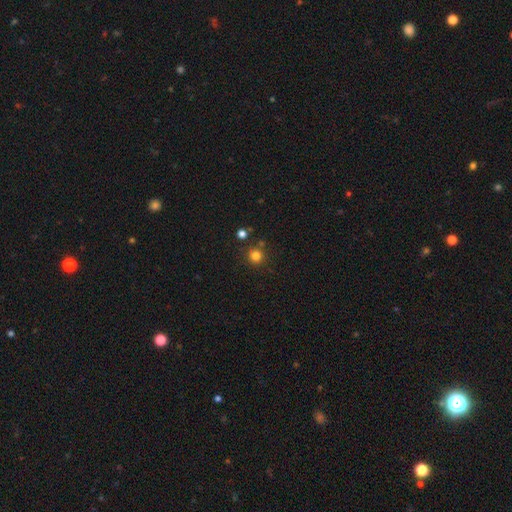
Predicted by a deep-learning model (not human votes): A smooth galaxy with no disk features (81%) that is round (94%).

Vote fractions:
- Smooth or featured? smooth: 81% / star or artifact: 15% / featured or disk: 5%
- How rounded? round: 94% / in between: 6% / cigar-shaped: 1%
- Merging? none: 82% / minor disturbance: 8% / merger: 7% / major disturbance: 3%